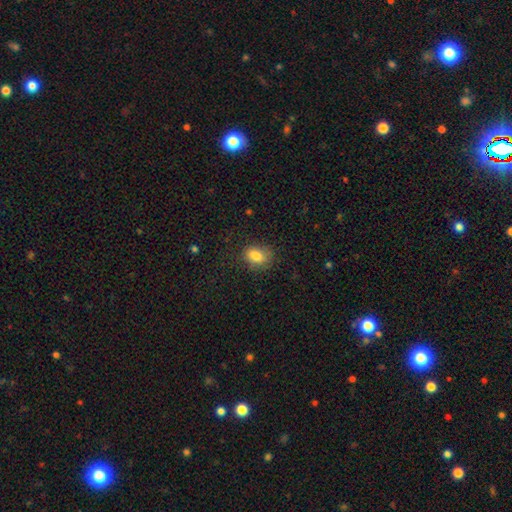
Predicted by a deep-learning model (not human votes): Q: Smooth or featured?
A: smooth (83%); runner-up: star or artifact (9%)
Q: How rounded?
A: in between (71%); runner-up: round (27%)
Q: Merging?
A: none (74%); runner-up: minor disturbance (18%)